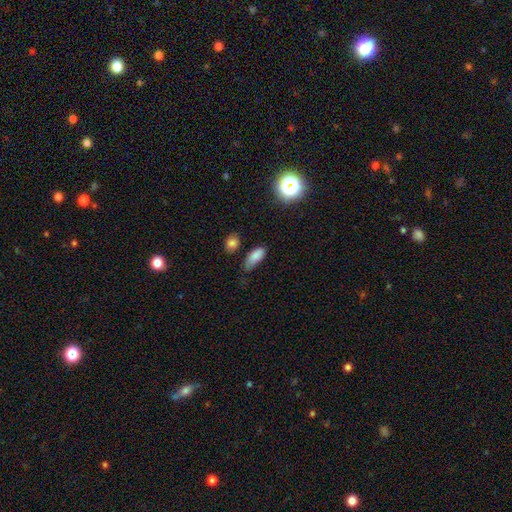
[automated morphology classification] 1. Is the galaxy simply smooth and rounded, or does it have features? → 82% smooth, 11% star or artifact, 7% featured or disk.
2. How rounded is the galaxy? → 84% in between, 12% cigar-shaped, 4% round.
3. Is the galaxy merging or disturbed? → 48% none, 37% minor disturbance, 10% major disturbance, 4% merger.